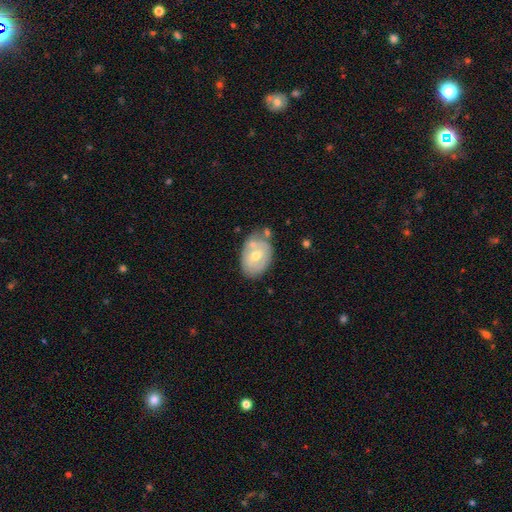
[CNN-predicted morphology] Smooth or featured?
  - featured or disk: 48% *
  - smooth: 45%
  - star or artifact: 7%
Merging?
  - none: 55% *
  - minor disturbance: 24%
  - merger: 14%
  - major disturbance: 6%